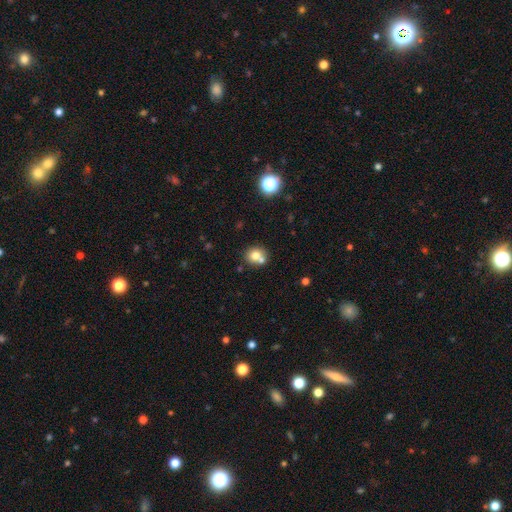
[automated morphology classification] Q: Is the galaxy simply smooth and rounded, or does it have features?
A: smooth — 74%.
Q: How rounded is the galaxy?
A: round — 78%.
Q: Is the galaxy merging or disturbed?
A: none — 52%.